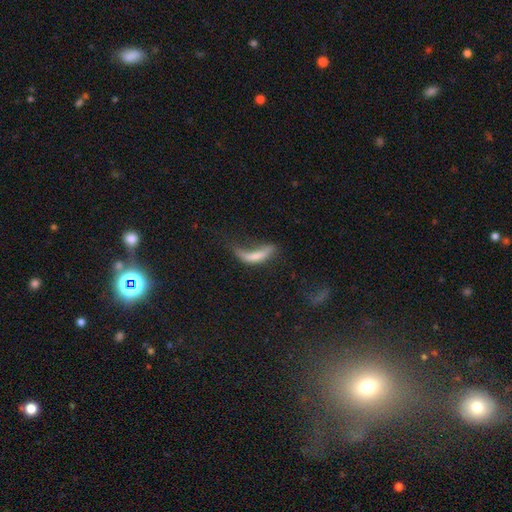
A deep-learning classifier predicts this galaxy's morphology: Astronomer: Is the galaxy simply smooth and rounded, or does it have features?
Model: smooth — 60%.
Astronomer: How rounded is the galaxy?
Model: cigar-shaped — 60% (runner-up: in between, 36%).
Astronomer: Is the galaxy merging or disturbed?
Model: major disturbance — 49%.